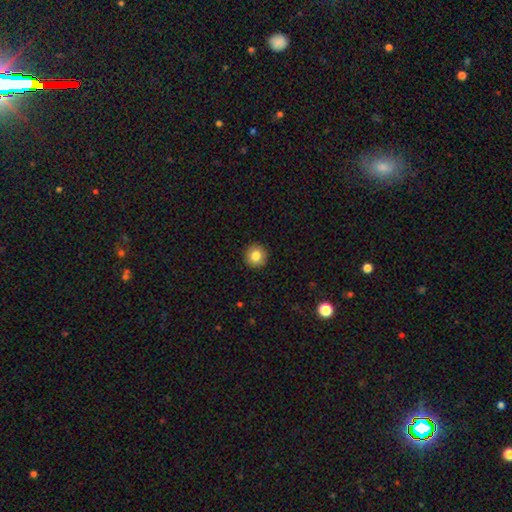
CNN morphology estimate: A smooth galaxy with no disk features (83%) that is round (95%).

Vote fractions:
- Smooth or featured? smooth: 83% / star or artifact: 9% / featured or disk: 8%
- How rounded? round: 95% / in between: 4% / cigar-shaped: 1%
- Merging? none: 93% / minor disturbance: 5% / major disturbance: 2% / merger: 1%